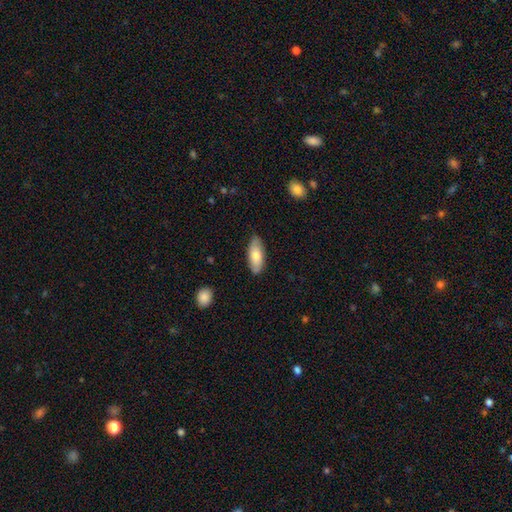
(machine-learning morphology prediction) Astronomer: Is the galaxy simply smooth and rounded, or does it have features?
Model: smooth — 71%.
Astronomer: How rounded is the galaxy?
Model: in between — 82%.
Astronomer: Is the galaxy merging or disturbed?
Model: none — 84%.